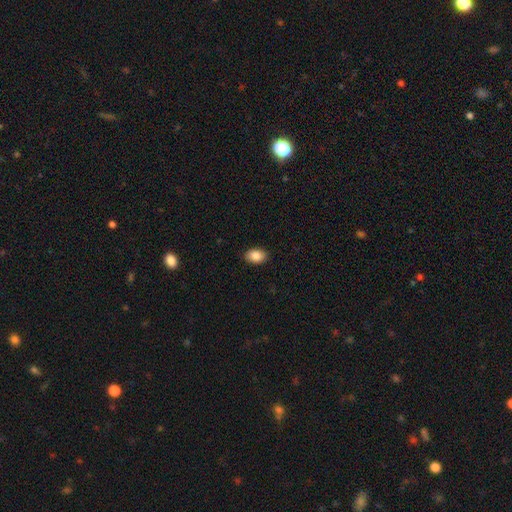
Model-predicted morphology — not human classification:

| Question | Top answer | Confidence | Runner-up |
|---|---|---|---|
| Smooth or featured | smooth | 87% | star or artifact (7%) |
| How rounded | in between | 86% | round (12%) |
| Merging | none | 90% | minor disturbance (8%) |